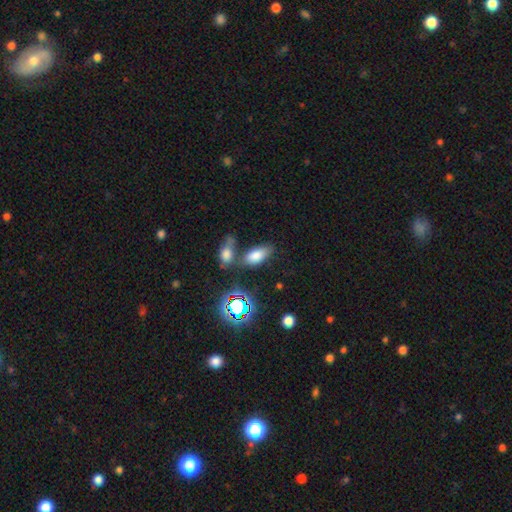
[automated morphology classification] Smooth or featured: smooth — 73% (star or artifact — 16%)
How rounded: in between — 89% (cigar-shaped — 6%)
Merging: none — 58% (merger — 22%)